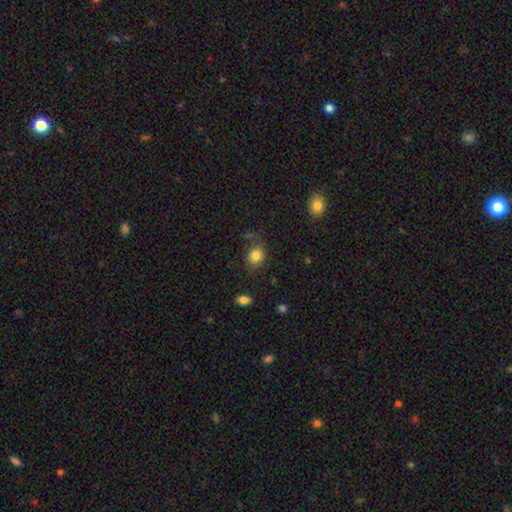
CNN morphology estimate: Smooth or featured? Predicted: smooth (p=0.83). How rounded? Predicted: round (p=0.66). Merging? Predicted: none (p=0.72).